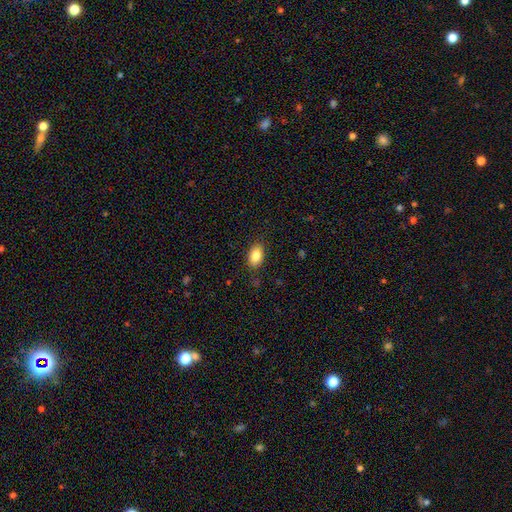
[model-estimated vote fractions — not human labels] This is clearly a smooth galaxy (85%). How rounded: clearly in between (89%). Merging: clearly none (85%).